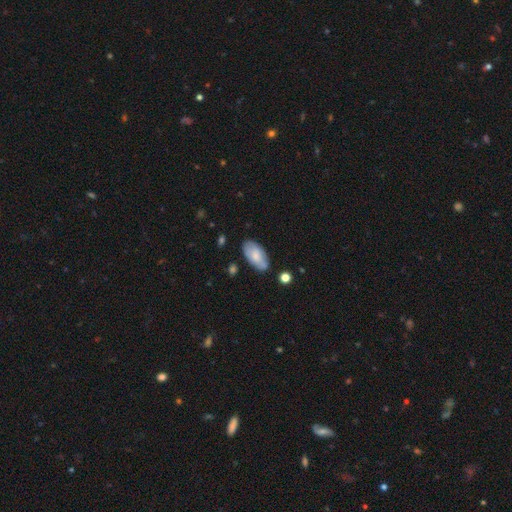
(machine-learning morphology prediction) This is likely a smooth galaxy (69%). How rounded: clearly in between (94%). Merging: likely none (72%).